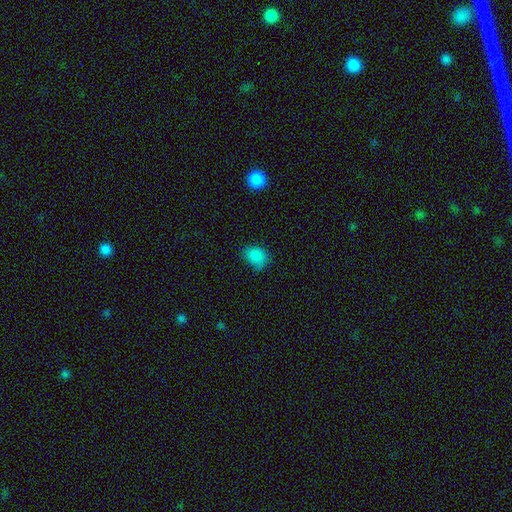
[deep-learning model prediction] This appears to be a smooth galaxy with no disk features (84%) that is in between round and cigar-shaped (58%). Merging: none (57%).